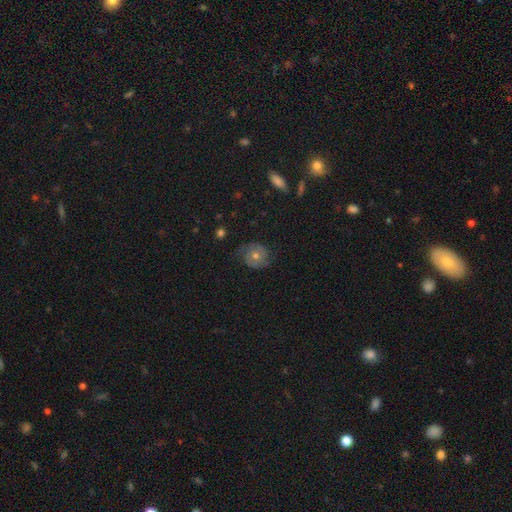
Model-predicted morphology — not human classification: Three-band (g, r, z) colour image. It shows a featured or disk galaxy (76%) with no bar (79%), 2 (79%) tight (57%) spiral arms (94%) and a moderate central bulge (60%). Merging: none (80%).